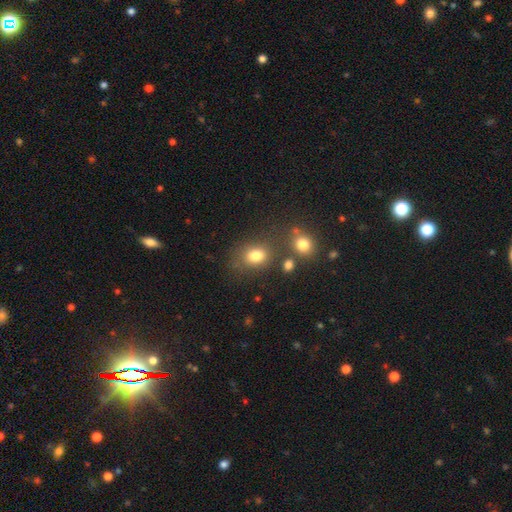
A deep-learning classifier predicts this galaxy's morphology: Smooth or featured?
  - smooth: 80% *
  - star or artifact: 12%
  - featured or disk: 8%
How rounded?
  - in between: 57% *
  - round: 41%
  - cigar-shaped: 1%
Merging?
  - none: 68% *
  - minor disturbance: 14%
  - merger: 12%
  - major disturbance: 6%